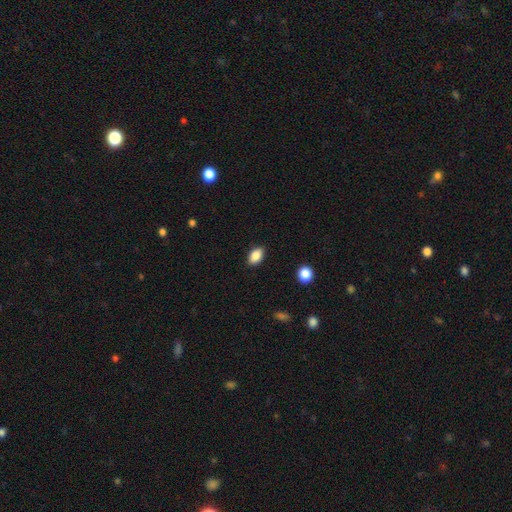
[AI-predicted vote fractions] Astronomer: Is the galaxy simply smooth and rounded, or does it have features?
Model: smooth — 87%.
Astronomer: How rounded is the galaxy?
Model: in between — 89%.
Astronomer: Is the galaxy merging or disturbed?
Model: none — 87%.